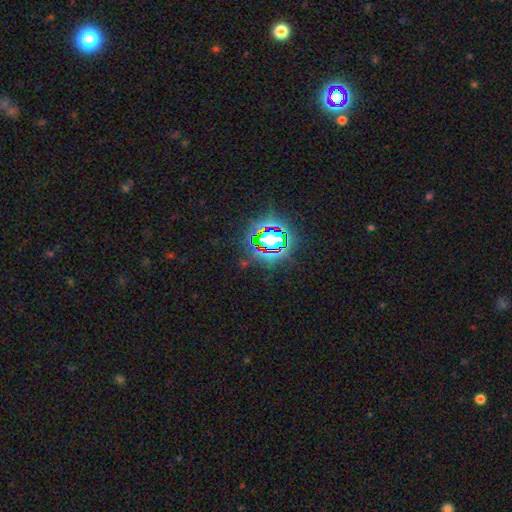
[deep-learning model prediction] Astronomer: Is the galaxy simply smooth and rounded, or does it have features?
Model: star or artifact — 81%.